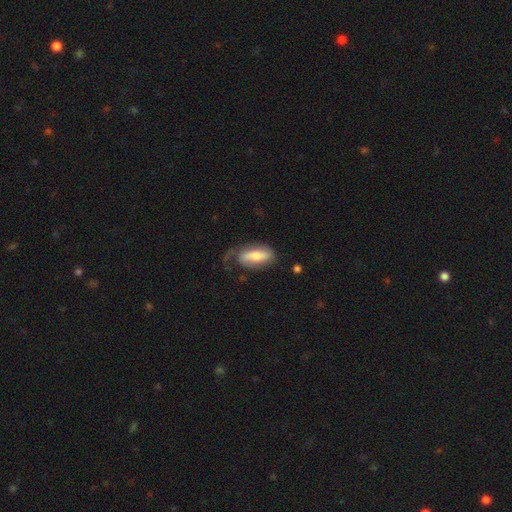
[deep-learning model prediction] smooth-or-featured: smooth: 57% | featured or disk: 36% | star or artifact: 6%
  how-rounded: in between: 80% | cigar-shaped: 17% | round: 3%
  merging: none: 42% | minor disturbance: 29% | major disturbance: 27% | merger: 3%